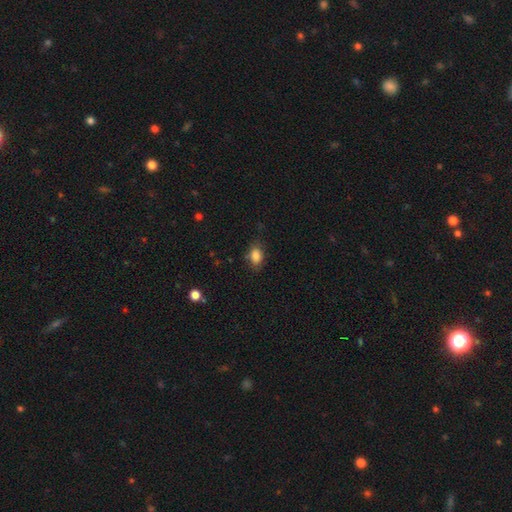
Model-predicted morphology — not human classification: This appears to be a smooth galaxy with no disk features (85%) that is in between round and cigar-shaped (79%). Merging: none (77%).